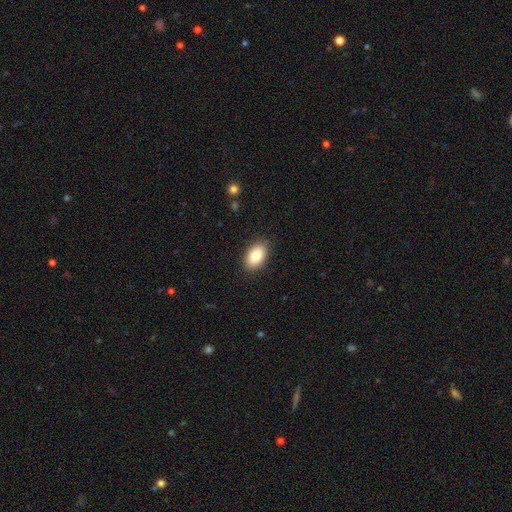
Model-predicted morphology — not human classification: smooth-or-featured: smooth: 83% | featured or disk: 10% | star or artifact: 7%
  how-rounded: in between: 90% | round: 8% | cigar-shaped: 1%
  merging: none: 87% | minor disturbance: 10% | major disturbance: 2% | merger: 1%